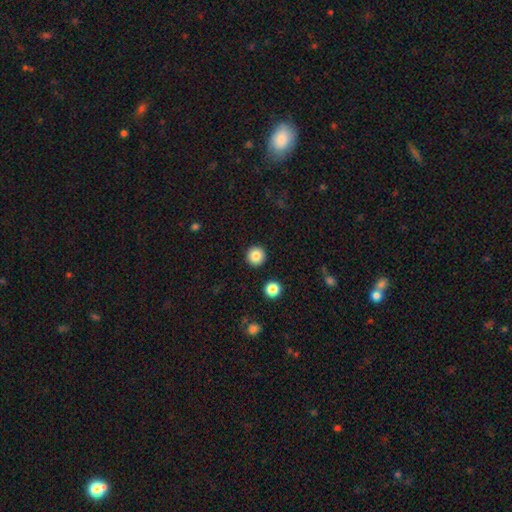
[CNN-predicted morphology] Overall: smooth (86%). How rounded: round (96%). Merging: none (93%).